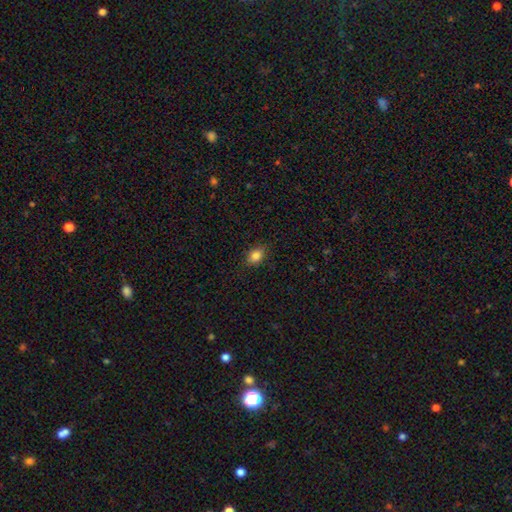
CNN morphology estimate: Smooth or featured? smooth (84%)
How rounded? in between (73%)
Merging? none (87%)